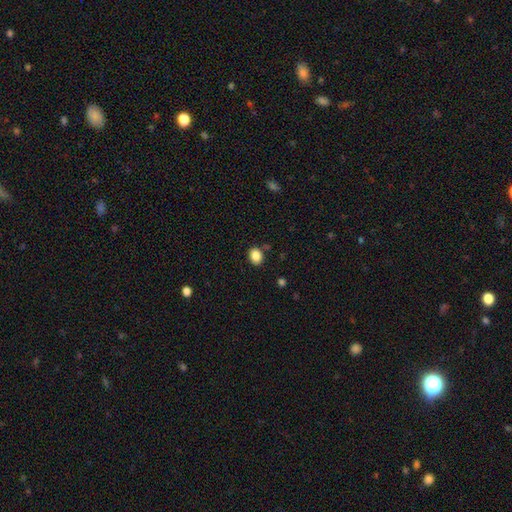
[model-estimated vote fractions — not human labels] A smooth galaxy with no disk features (87%) that is in between round and cigar-shaped (52%).

Vote fractions:
- Smooth or featured? smooth: 87% / star or artifact: 10% / featured or disk: 4%
- How rounded? in between: 52% / round: 47% / cigar-shaped: 1%
- Merging? none: 85% / minor disturbance: 10% / merger: 3% / major disturbance: 3%